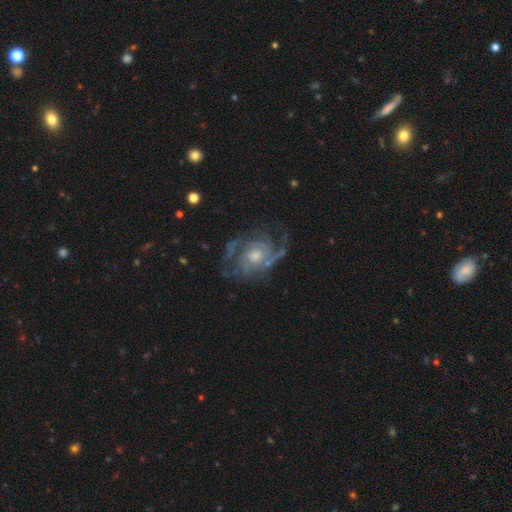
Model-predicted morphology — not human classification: smooth_or_featured: featured or disk (p=0.86) [alt: smooth p=0.07]
disk_edge_on: no (p=0.97) [alt: yes p=0.03]
bar: no (p=0.71) [alt: weak p=0.24]
has_spiral_arms: yes (p=0.94) [alt: no p=0.06]
spiral_winding: tight (p=0.43) [alt: medium p=0.42]
spiral_arm_count: 2 (p=0.35) [alt: can't tell p=0.26]
bulge_size: moderate (p=0.58) [alt: small p=0.31]
merging: none (p=0.64) [alt: minor disturbance p=0.19]